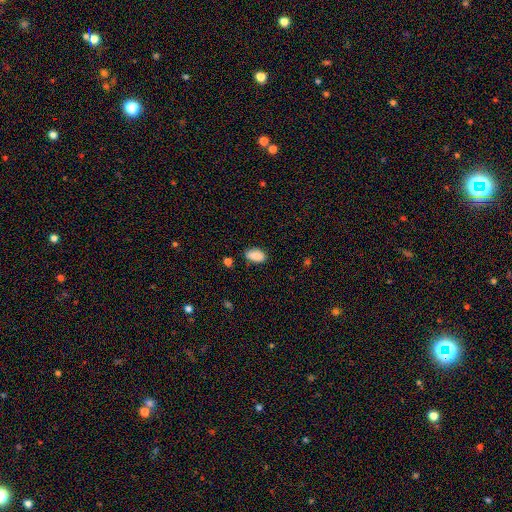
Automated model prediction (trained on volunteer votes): Smooth or featured? Predicted: smooth (p=0.88). How rounded? Predicted: in between (p=0.92). Merging? Predicted: none (p=0.75).